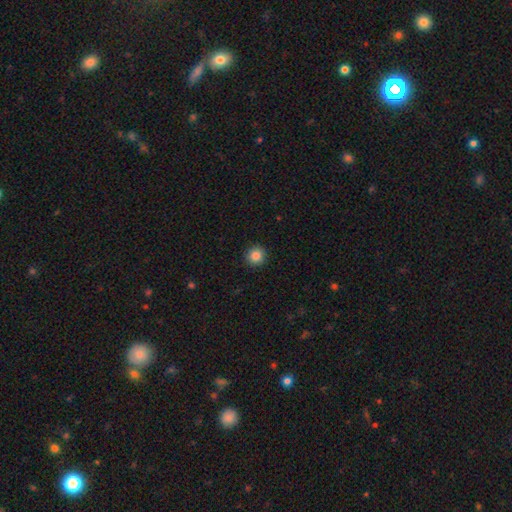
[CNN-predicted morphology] type=smooth (85%); roundness=round (94%); merging=none (92%).